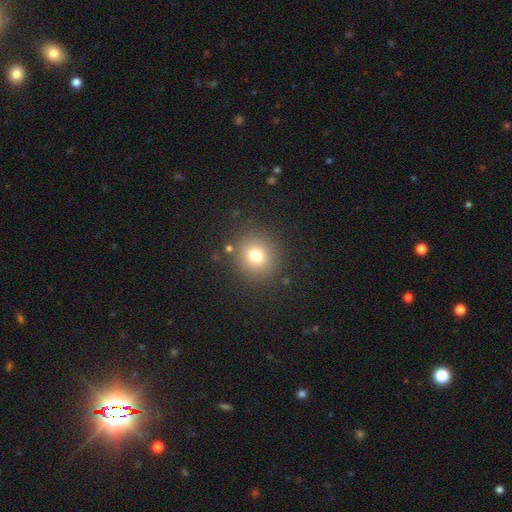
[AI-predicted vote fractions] smooth 76%, star or artifact 15%, featured or disk 9%. Down the decision tree: how rounded — round (88%); merging — none (87%).